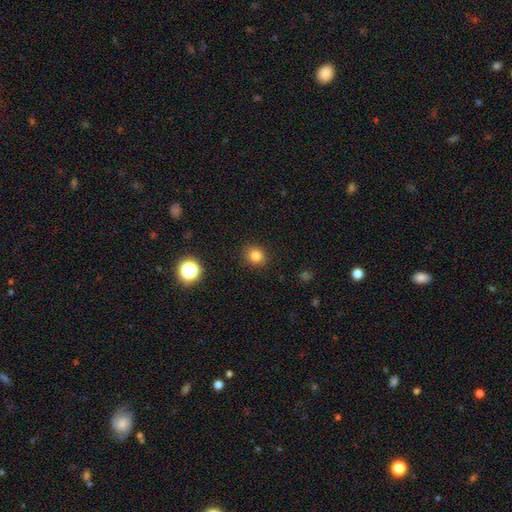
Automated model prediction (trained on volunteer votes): Smooth or featured?
  - smooth: 81% *
  - star or artifact: 14%
  - featured or disk: 5%
How rounded?
  - round: 79% *
  - in between: 20%
  - cigar-shaped: 1%
Merging?
  - none: 90% *
  - minor disturbance: 7%
  - major disturbance: 2%
  - merger: 1%